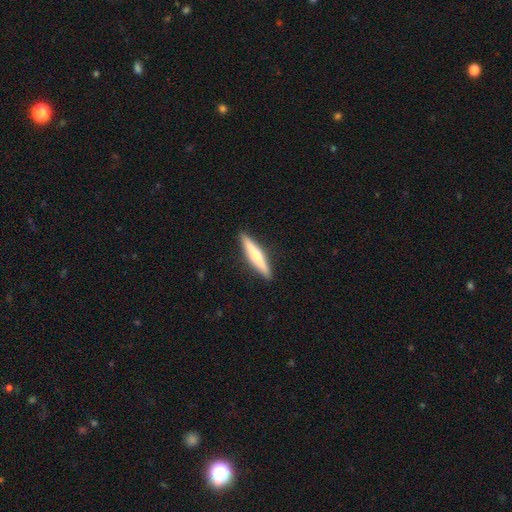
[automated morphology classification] type=featured or disk (53%); edge-on=yes (96%); edge-on bulge=rounded (82%); merging=none (92%).